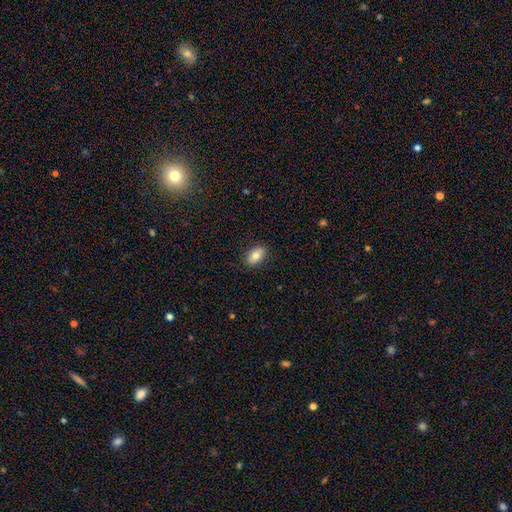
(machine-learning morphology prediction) Overall: smooth (76%). How rounded: in between (86%). Merging: none (87%).